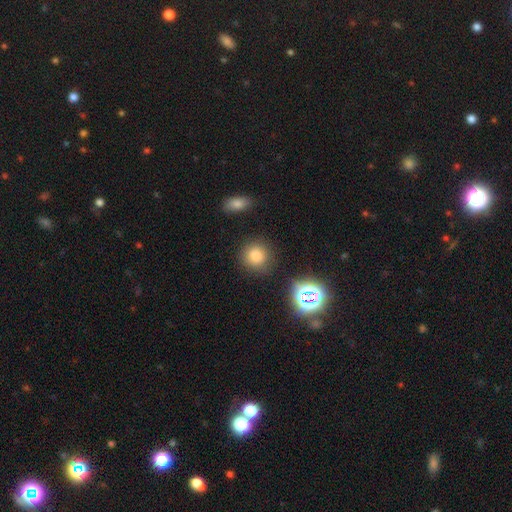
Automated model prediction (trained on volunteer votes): smooth-or-featured: smooth: 78% | star or artifact: 15% | featured or disk: 7%
  how-rounded: round: 91% | in between: 8% | cigar-shaped: 1%
  merging: none: 86% | minor disturbance: 8% | merger: 3% | major disturbance: 3%